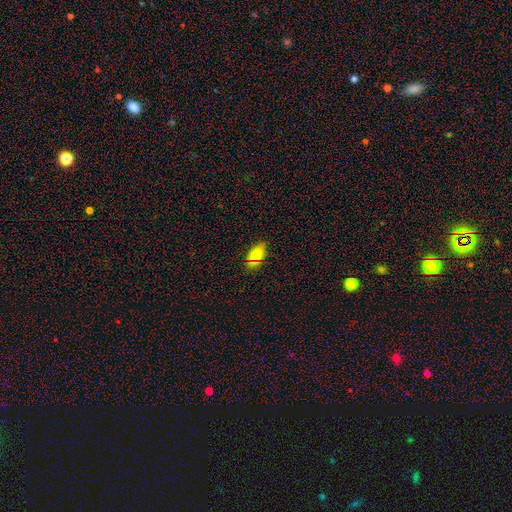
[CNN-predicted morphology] Smooth or featured?
  - smooth: 75% *
  - star or artifact: 15%
  - featured or disk: 9%
How rounded?
  - in between: 89% *
  - cigar-shaped: 6%
  - round: 5%
Merging?
  - none: 81% *
  - minor disturbance: 14%
  - major disturbance: 3%
  - merger: 1%